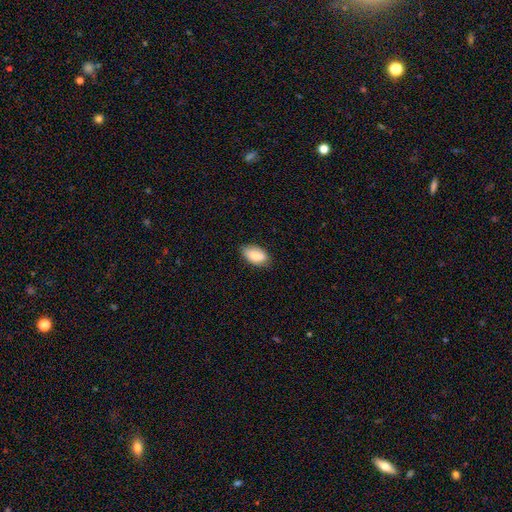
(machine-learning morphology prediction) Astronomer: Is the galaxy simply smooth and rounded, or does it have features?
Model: smooth — 83%.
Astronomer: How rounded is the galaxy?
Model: in between — 94%.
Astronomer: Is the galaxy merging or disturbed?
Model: none — 79%.